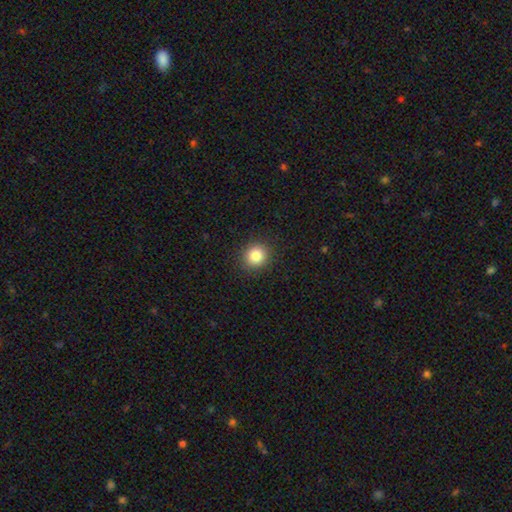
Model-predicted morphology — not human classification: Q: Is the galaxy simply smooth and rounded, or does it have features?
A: smooth — 84%.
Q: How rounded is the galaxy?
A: round — 87%.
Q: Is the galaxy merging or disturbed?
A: none — 91%.